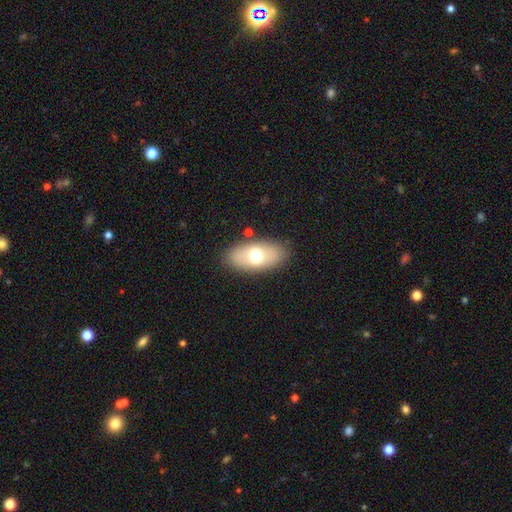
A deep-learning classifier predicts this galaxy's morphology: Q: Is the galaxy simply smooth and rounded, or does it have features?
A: smooth — 64%.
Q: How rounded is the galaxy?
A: in between — 90%.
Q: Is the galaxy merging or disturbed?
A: none — 84%.